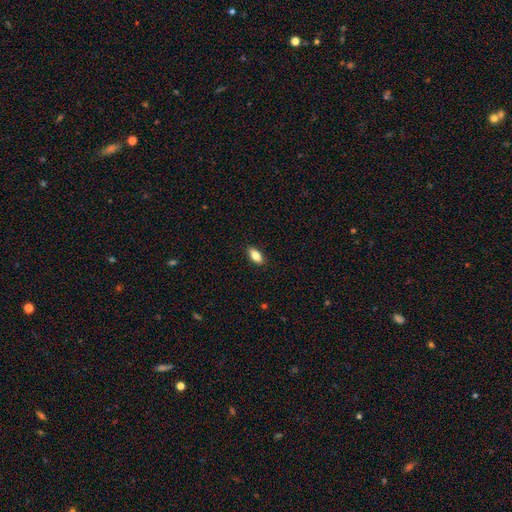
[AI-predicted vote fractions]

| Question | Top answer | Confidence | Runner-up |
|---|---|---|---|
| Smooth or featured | smooth | 79% | featured or disk (14%) |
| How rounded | in between | 85% | cigar-shaped (12%) |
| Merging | none | 89% | minor disturbance (8%) |